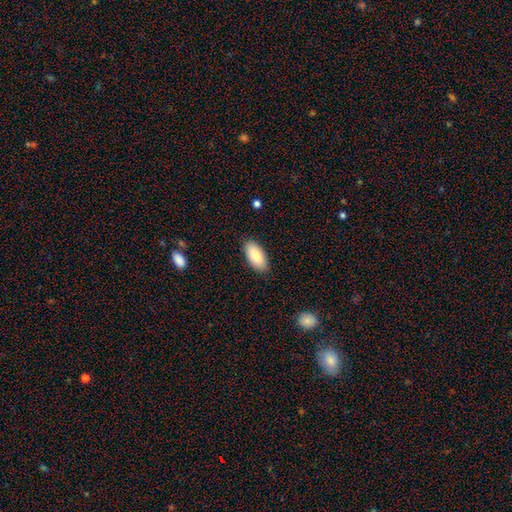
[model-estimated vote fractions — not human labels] This is clearly a smooth galaxy (84%). How rounded: clearly in between (92%). Merging: clearly none (87%).